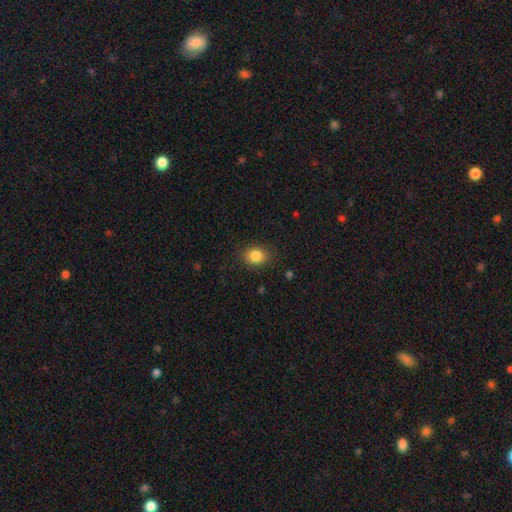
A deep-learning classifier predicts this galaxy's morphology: This is clearly a smooth galaxy (85%). How rounded: possibly round (50%). Merging: clearly none (85%).